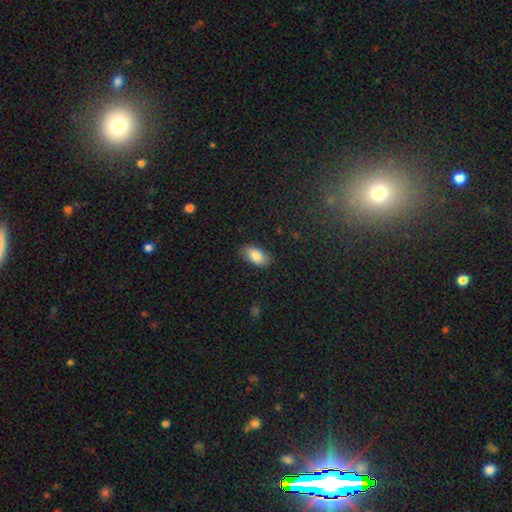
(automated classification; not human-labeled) smooth_or_featured: smooth (p=0.85) [alt: featured or disk p=0.09]
how_rounded: in between (p=0.93) [alt: cigar-shaped p=0.04]
merging: none (p=0.84) [alt: minor disturbance p=0.12]